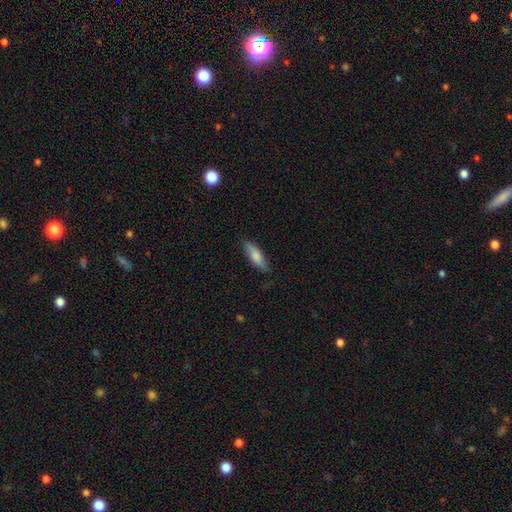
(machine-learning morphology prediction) Smooth or featured?
  - smooth: 80% *
  - featured or disk: 14%
  - star or artifact: 6%
How rounded?
  - in between: 51% *
  - cigar-shaped: 48%
  - round: 2%
Merging?
  - none: 80% *
  - minor disturbance: 16%
  - major disturbance: 3%
  - merger: 1%